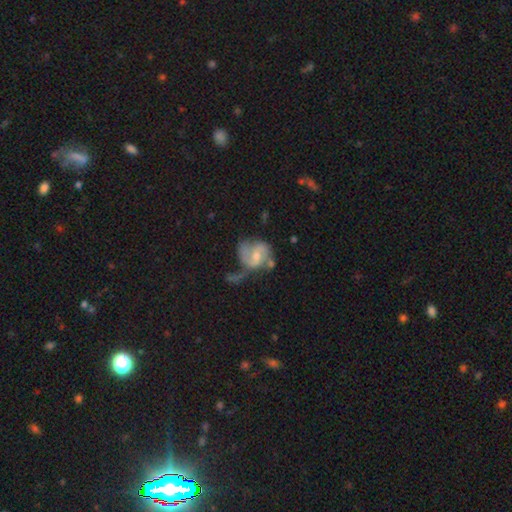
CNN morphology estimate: This is likely a featured or disk galaxy (65%). It is clearly not viewed edge-on (98%). Bar: marginally weak (44%, tied with no). Spiral arm pattern: likely yes (79%). Spiral arm count: likely 2 (67%). Spiral winding: marginally medium (42%). Central bulge: possibly moderate (52%). Merging: marginally major disturbance (31%).